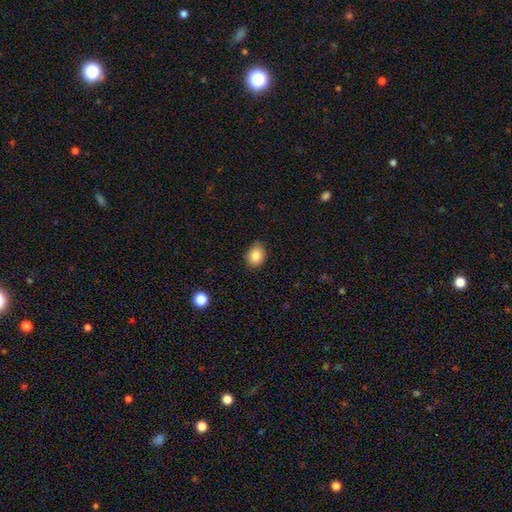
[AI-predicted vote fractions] smooth 86%, star or artifact 9%, featured or disk 5%. Down the decision tree: how rounded — round (56%); merging — none (84%).